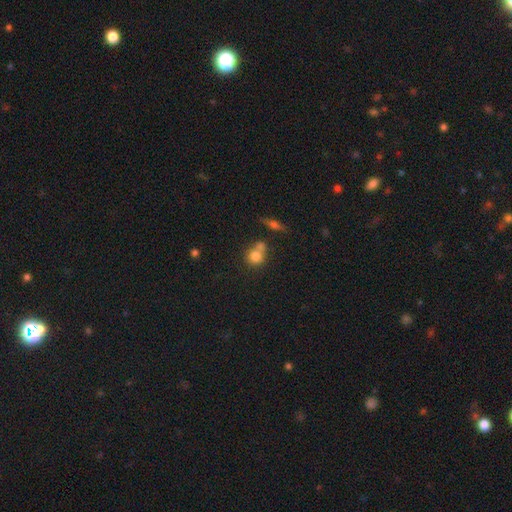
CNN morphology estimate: Smooth or featured? smooth (78%)
How rounded? round (82%)
Merging? none (45%)